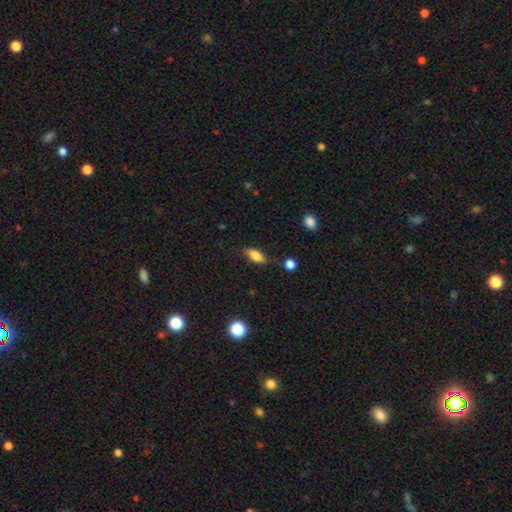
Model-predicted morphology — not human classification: Q: Smooth or featured?
A: smooth (75%); runner-up: featured or disk (17%)
Q: How rounded?
A: in between (80%); runner-up: cigar-shaped (16%)
Q: Merging?
A: none (69%); runner-up: minor disturbance (23%)